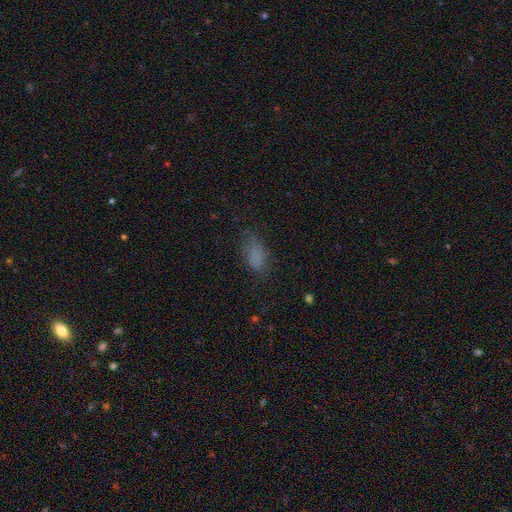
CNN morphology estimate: Smooth or featured: smooth — 78% (star or artifact — 14%)
How rounded: in between — 89% (round — 6%)
Merging: none — 64% (minor disturbance — 23%)